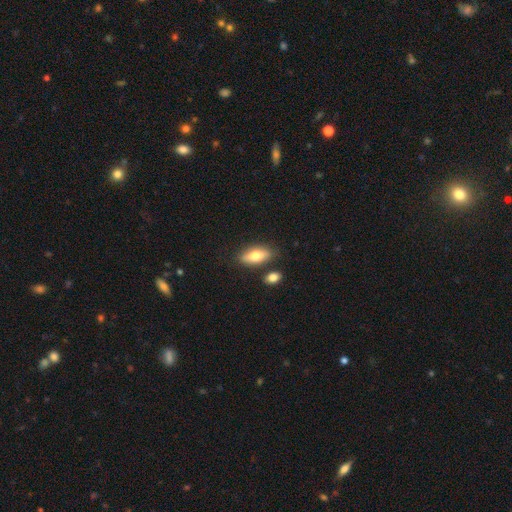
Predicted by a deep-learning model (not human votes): This is likely a smooth galaxy (74%). How rounded: clearly in between (81%). Merging: likely none (77%).